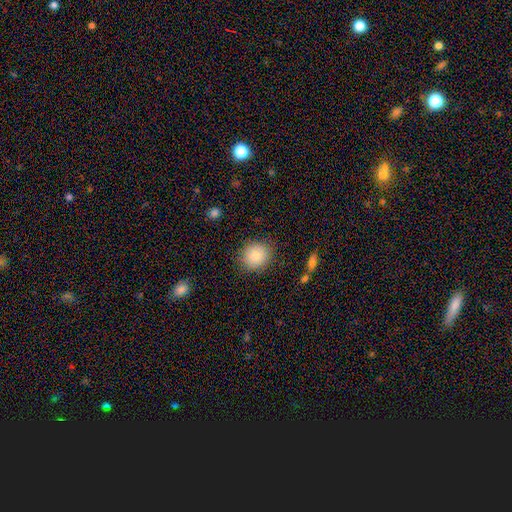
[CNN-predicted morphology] Smooth or featured? smooth (83%)
How rounded? round (80%)
Merging? none (86%)